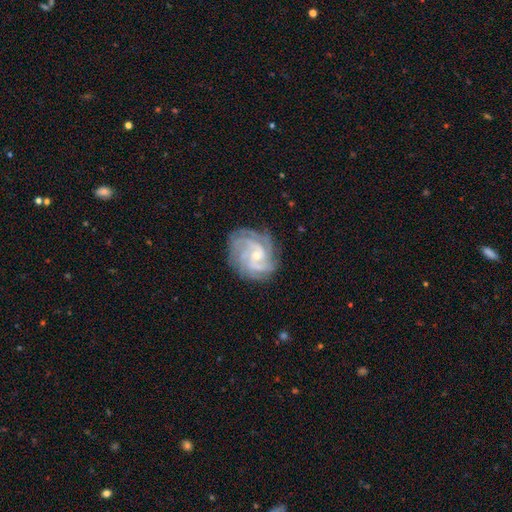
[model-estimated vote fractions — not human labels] Smooth or featured? featured or disk (86%)
Edge-on disk? no (98%)
Bar? no (61%)
Spiral arms? yes (97%)
Spiral winding? tight (62%)
Spiral arm count? 4 (28%)
Bulge size? small (68%)
Merging? none (77%)